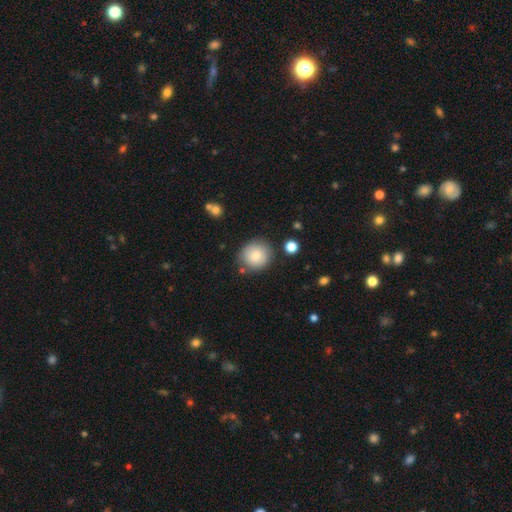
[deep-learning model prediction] Smooth or featured? smooth (79%)
How rounded? round (92%)
Merging? none (82%)